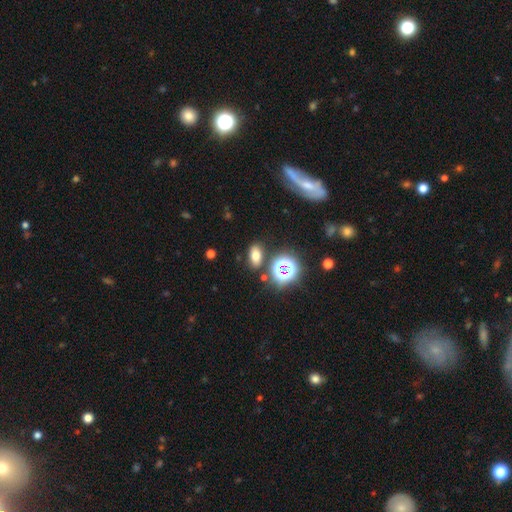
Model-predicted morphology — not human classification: A smooth galaxy with no disk features (68%) that is in between round and cigar-shaped (80%). Merging: none (83%).